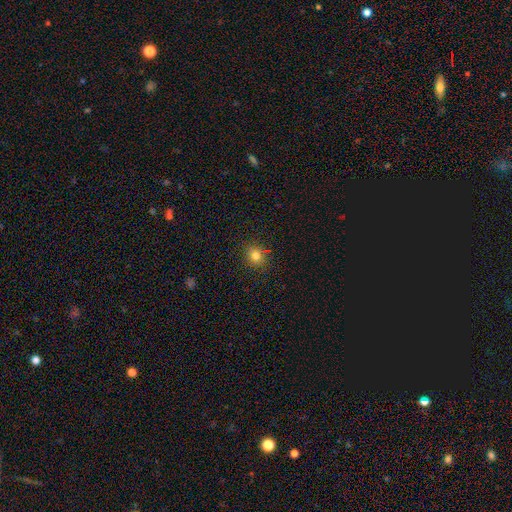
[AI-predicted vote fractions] Morphology: type=smooth (77%); roundness=round (72%); merging=none (86%).